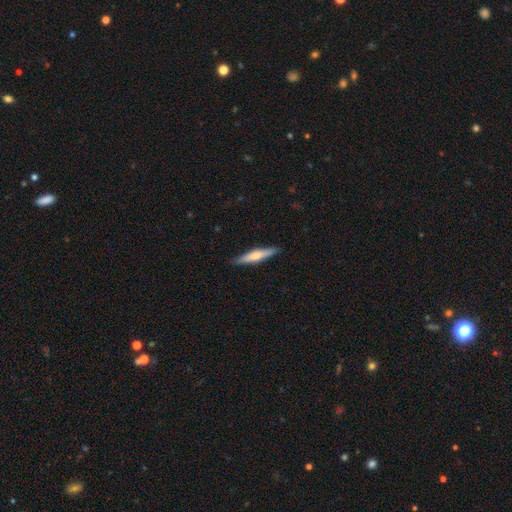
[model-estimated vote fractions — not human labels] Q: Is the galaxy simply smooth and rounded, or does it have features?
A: smooth — 55%.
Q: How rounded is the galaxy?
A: cigar-shaped — 85%.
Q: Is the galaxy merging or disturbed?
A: none — 88%.